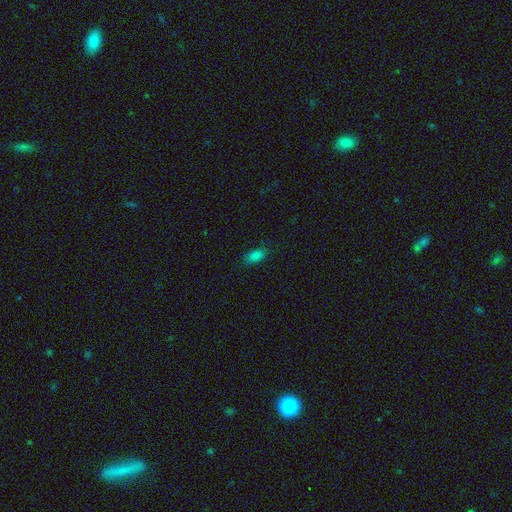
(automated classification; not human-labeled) Q: Smooth or featured?
A: smooth (83%); runner-up: star or artifact (12%)
Q: How rounded?
A: in between (89%); runner-up: cigar-shaped (7%)
Q: Merging?
A: none (81%); runner-up: minor disturbance (15%)